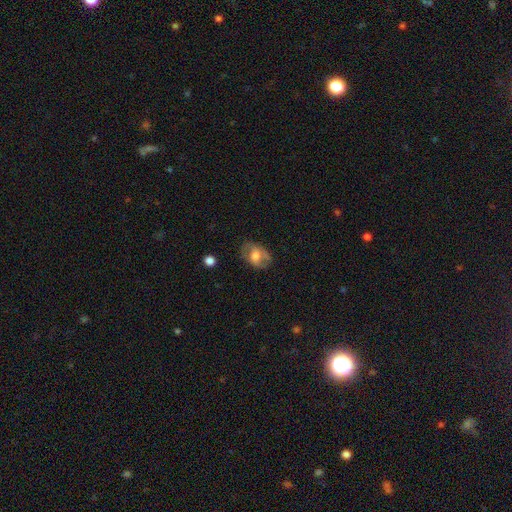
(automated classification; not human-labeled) The model was most divided on "smooth or featured": smooth: 50%, featured or disk: 42%, star or artifact: 8%. More confident: how rounded — in between (76%); merging — none (60%).